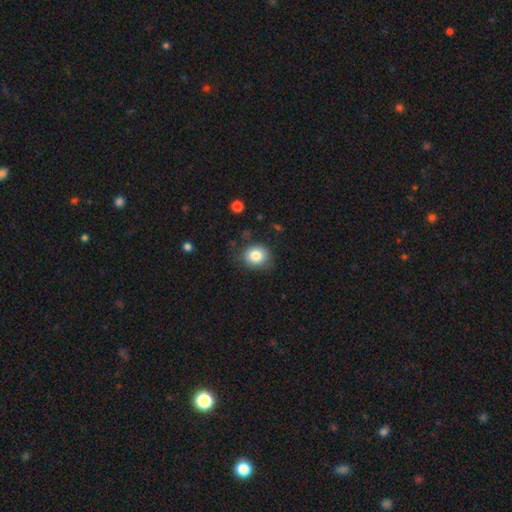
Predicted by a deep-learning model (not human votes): Smooth or featured: smooth — 83% (star or artifact — 10%)
How rounded: round — 66% (in between — 33%)
Merging: none — 75% (minor disturbance — 18%)